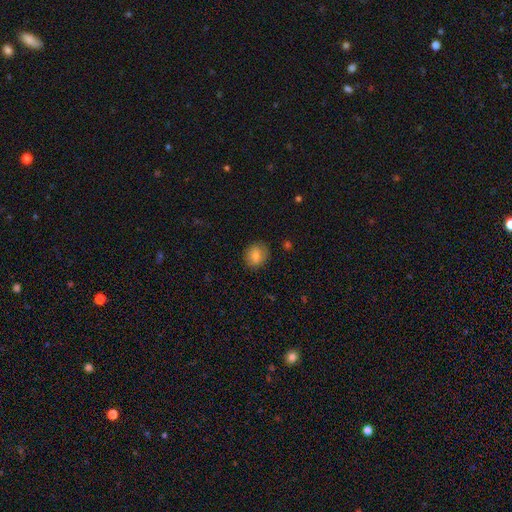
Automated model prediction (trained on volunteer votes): This appears to be a smooth galaxy with no disk features (78%) that is round (60%). Merging: none (85%).